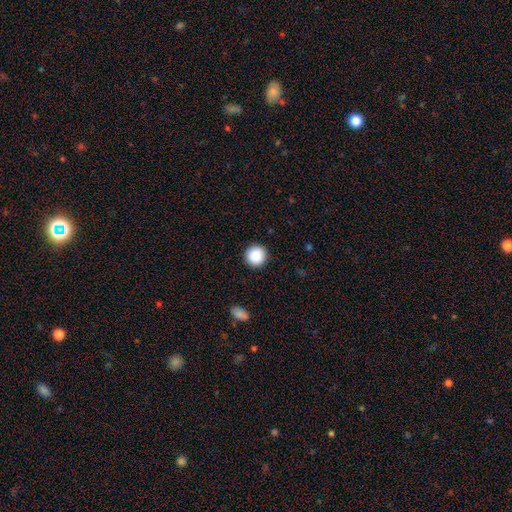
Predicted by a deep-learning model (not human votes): smooth 89%, star or artifact 9%, featured or disk 3%. Down the decision tree: how rounded — round (96%); merging — none (92%).